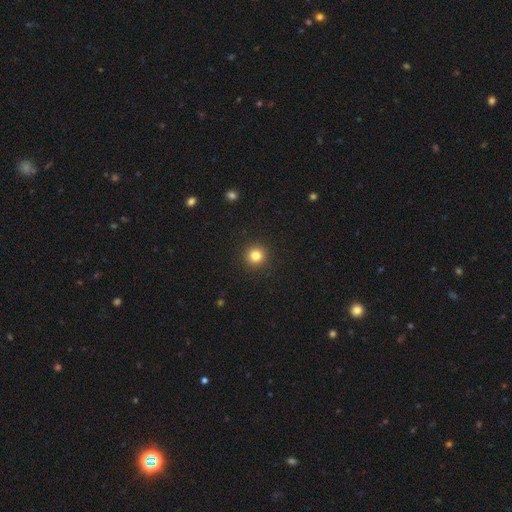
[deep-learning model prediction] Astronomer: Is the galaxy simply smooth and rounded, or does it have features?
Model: smooth — 82%.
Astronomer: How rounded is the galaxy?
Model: round — 95%.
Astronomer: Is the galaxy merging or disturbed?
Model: none — 93%.